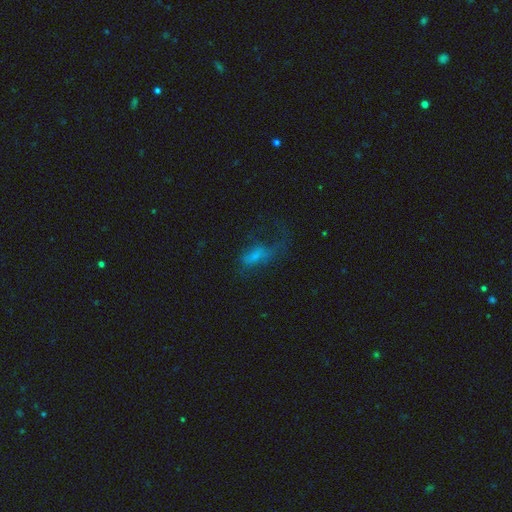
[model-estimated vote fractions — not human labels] smooth 52%, featured or disk 31%, star or artifact 17%. Down the decision tree: how rounded — in between (80%); merging — major disturbance (53%).